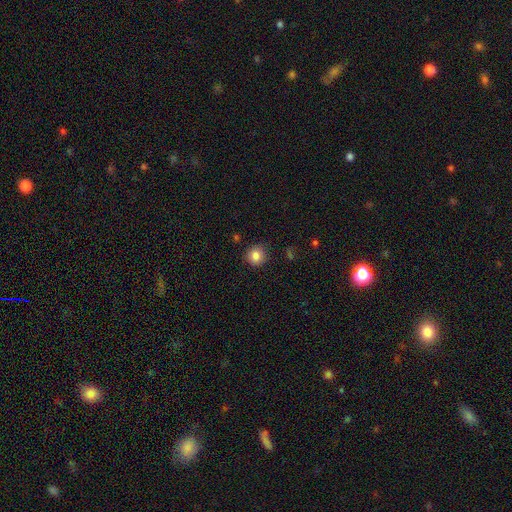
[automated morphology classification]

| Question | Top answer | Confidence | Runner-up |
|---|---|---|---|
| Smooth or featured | smooth | 84% | star or artifact (10%) |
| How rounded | round | 90% | in between (9%) |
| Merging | none | 86% | minor disturbance (11%) |